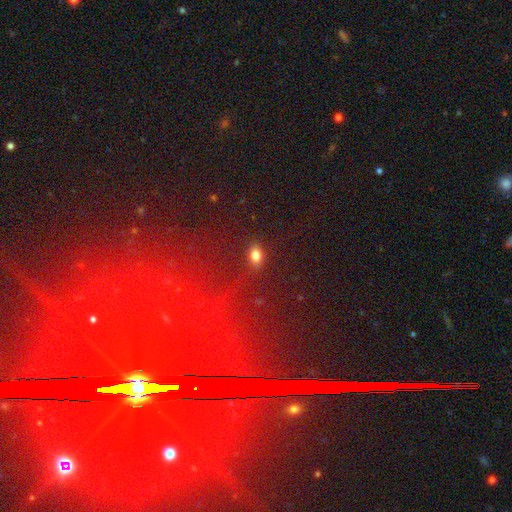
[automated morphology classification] This appears to be a smooth galaxy with no disk features (80%) that is in between round and cigar-shaped (82%). Merging: none (85%).